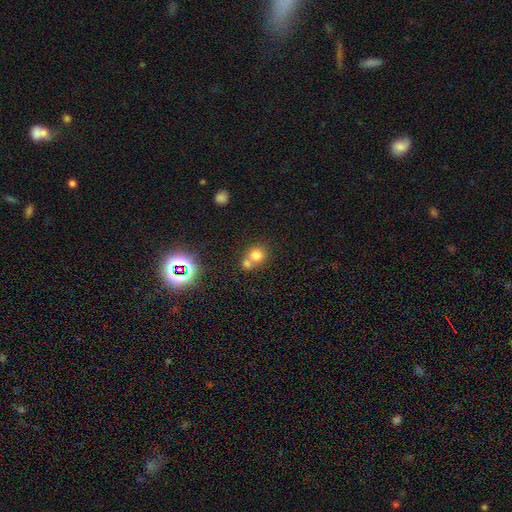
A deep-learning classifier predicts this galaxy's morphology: This appears to be a smooth galaxy with no disk features (75%) that is round (83%). Merging: merger (48%).